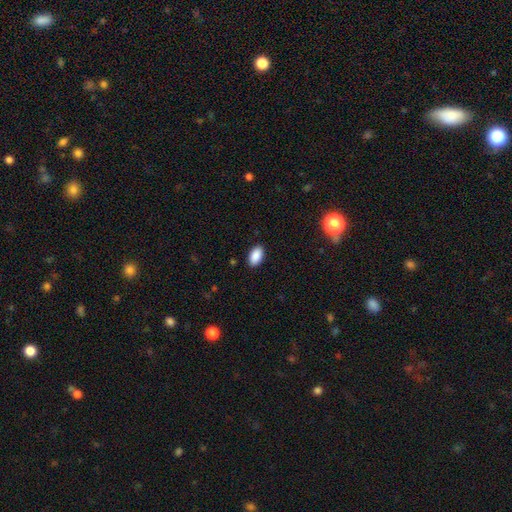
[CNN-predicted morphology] Smooth or featured?
  - smooth: 90% *
  - star or artifact: 7%
  - featured or disk: 3%
How rounded?
  - in between: 94% *
  - round: 4%
  - cigar-shaped: 2%
Merging?
  - none: 88% *
  - minor disturbance: 8%
  - major disturbance: 2%
  - merger: 1%